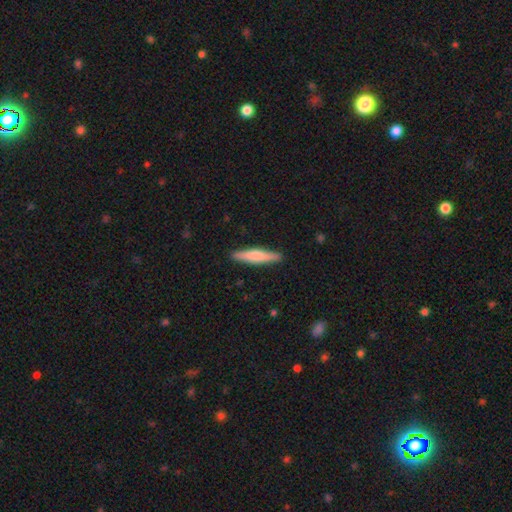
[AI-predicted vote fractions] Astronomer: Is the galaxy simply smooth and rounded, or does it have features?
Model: smooth — 64%.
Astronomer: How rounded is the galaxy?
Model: cigar-shaped — 88%.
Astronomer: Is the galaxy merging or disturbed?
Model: none — 90%.